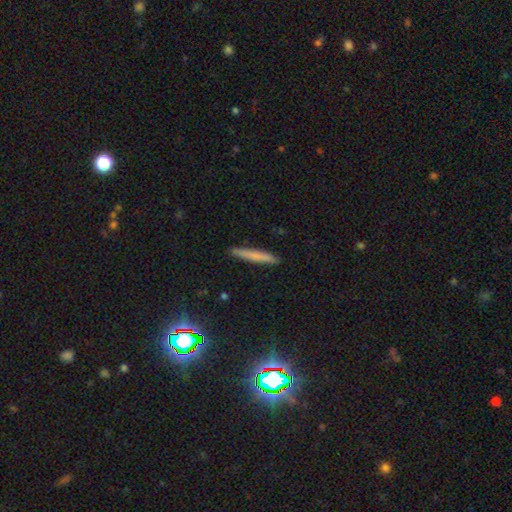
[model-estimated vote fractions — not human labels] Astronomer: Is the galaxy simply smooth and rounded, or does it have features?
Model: smooth — 70%.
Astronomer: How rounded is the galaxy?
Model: cigar-shaped — 95%.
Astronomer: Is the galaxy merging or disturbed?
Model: none — 90%.